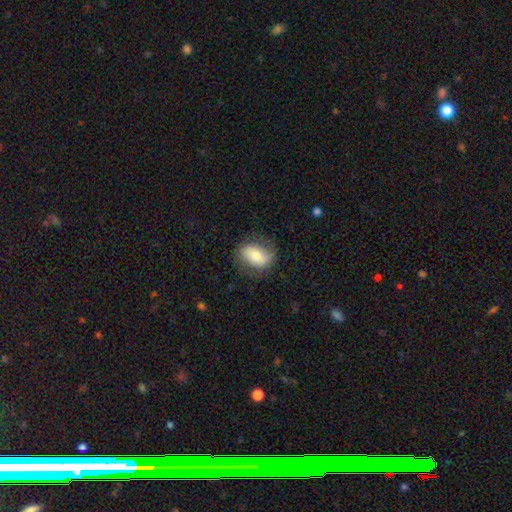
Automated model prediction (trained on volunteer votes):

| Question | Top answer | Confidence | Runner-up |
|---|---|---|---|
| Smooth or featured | smooth | 70% | featured or disk (23%) |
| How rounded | in between | 81% | round (17%) |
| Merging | none | 77% | minor disturbance (16%) |